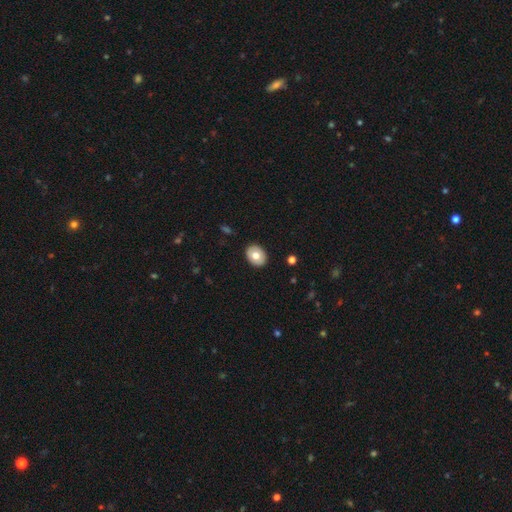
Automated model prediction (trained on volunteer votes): Smooth or featured: smooth — 70% (featured or disk — 23%)
How rounded: in between — 61% (round — 38%)
Merging: none — 89% (minor disturbance — 8%)